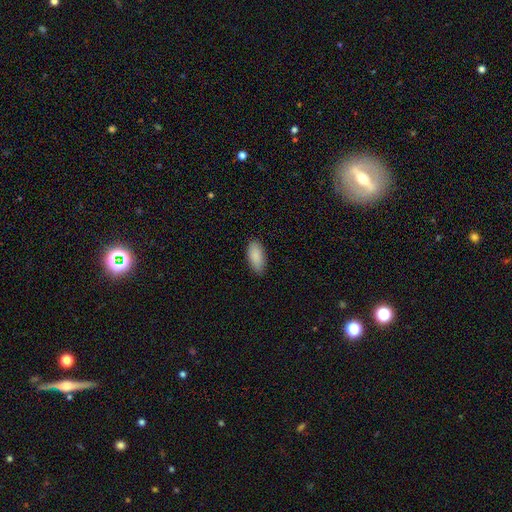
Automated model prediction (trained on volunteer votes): Smooth or featured?
  - smooth: 89% *
  - star or artifact: 6%
  - featured or disk: 5%
How rounded?
  - in between: 88% *
  - cigar-shaped: 10%
  - round: 2%
Merging?
  - none: 84% *
  - minor disturbance: 13%
  - major disturbance: 2%
  - merger: 1%